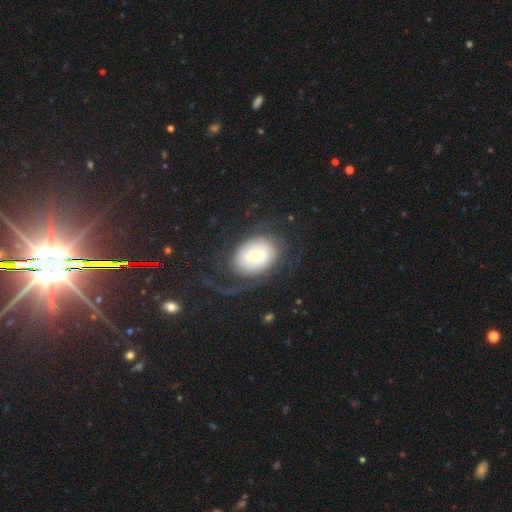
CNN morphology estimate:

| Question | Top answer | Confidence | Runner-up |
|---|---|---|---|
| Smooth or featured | featured or disk | 71% | smooth (23%) |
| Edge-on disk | no | 96% | yes (4%) |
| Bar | no | 68% | weak (25%) |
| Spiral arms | yes | 86% | no (14%) |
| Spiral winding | tight | 53% | medium (26%) |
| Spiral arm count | can't tell | 40% | 2 (34%) |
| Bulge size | small | 48% | moderate (40%) |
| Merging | none | 59% | major disturbance (25%) |